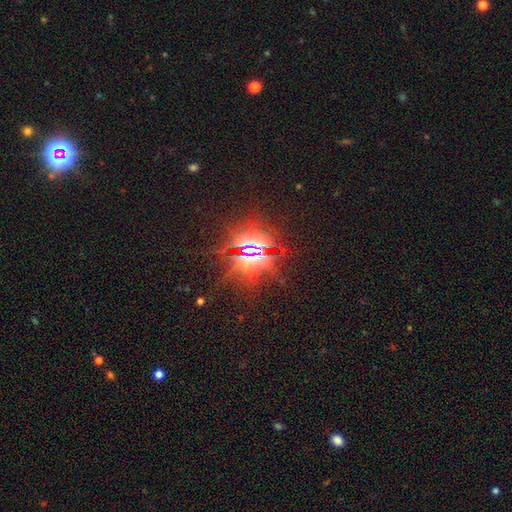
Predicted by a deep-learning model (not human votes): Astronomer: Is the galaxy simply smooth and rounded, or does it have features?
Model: star or artifact — 84%.